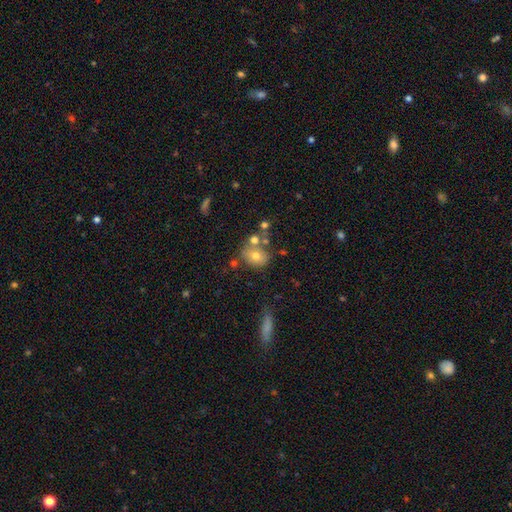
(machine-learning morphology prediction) Smooth or featured? Predicted: smooth (p=0.68). How rounded? Predicted: in between (p=0.50). Merging? Predicted: none (p=0.55).